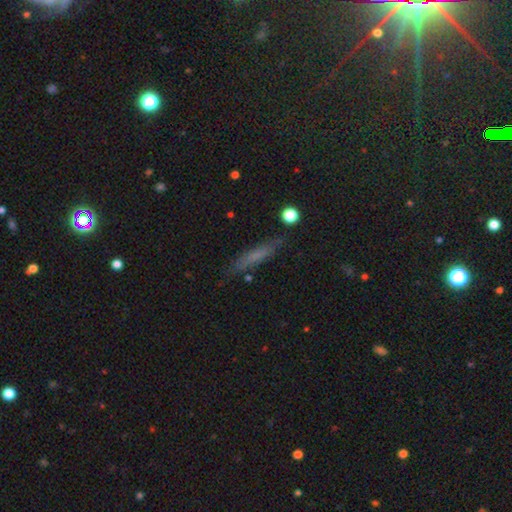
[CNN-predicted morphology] This is possibly a smooth galaxy (55%). How rounded: clearly cigar-shaped (87%). Merging: clearly none (81%).